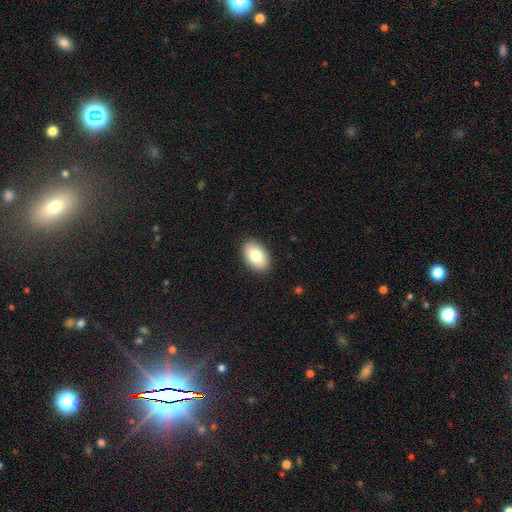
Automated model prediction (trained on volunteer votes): The model was most divided on "smooth or featured": smooth: 81%, featured or disk: 12%, star or artifact: 7%. More confident: how rounded — in between (91%); merging — none (90%).